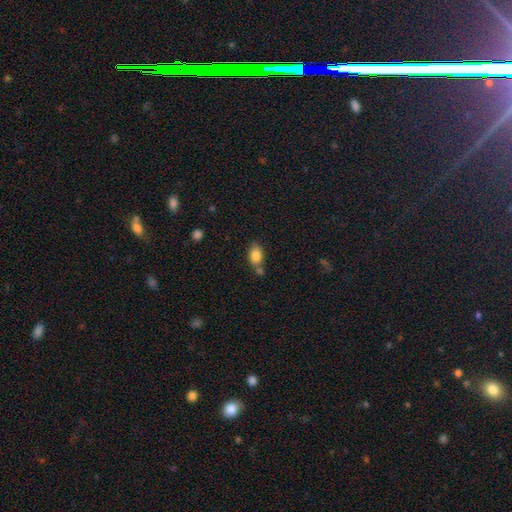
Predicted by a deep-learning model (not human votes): A smooth galaxy with no disk features (83%) that is in between round and cigar-shaped (83%).

Vote fractions:
- Smooth or featured? smooth: 83% / featured or disk: 8% / star or artifact: 8%
- How rounded? in between: 83% / round: 15% / cigar-shaped: 2%
- Merging? none: 54% / merger: 25% / minor disturbance: 17% / major disturbance: 4%